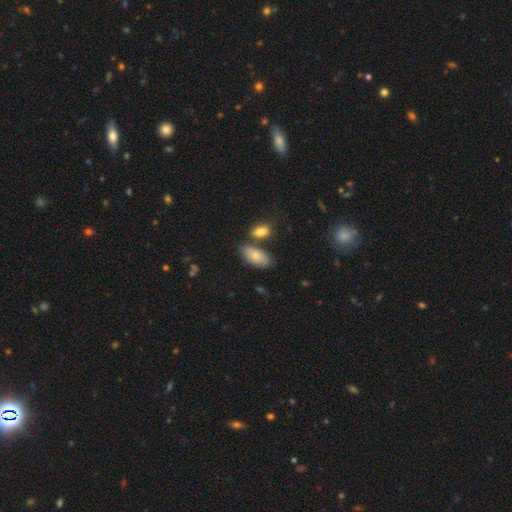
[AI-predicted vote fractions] Overall: smooth (82%). How rounded: in between (90%). Merging: none (63%).